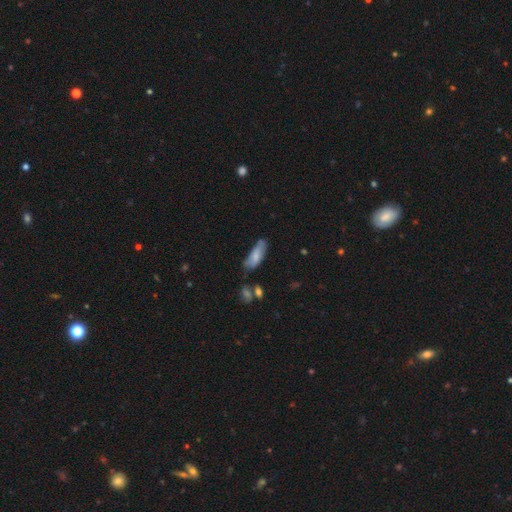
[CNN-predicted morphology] Smooth or featured?
  - smooth: 74% *
  - featured or disk: 20%
  - star or artifact: 7%
How rounded?
  - in between: 64% *
  - cigar-shaped: 34%
  - round: 2%
Merging?
  - none: 55% *
  - minor disturbance: 30%
  - major disturbance: 8%
  - merger: 6%